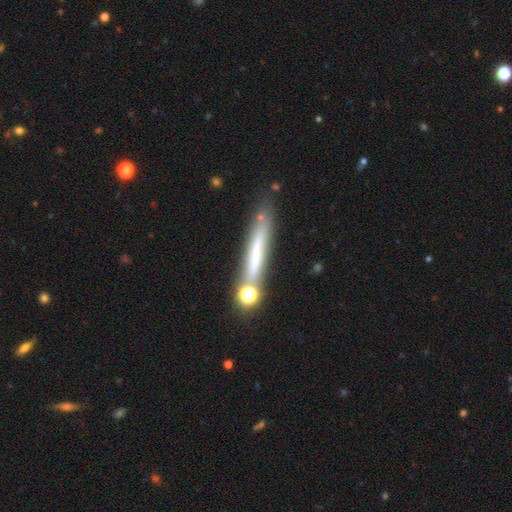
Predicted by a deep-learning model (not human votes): smooth-or-featured: smooth: 45% | featured or disk: 44% | star or artifact: 11%
  merging: none: 69% | minor disturbance: 15% | merger: 11% | major disturbance: 5%